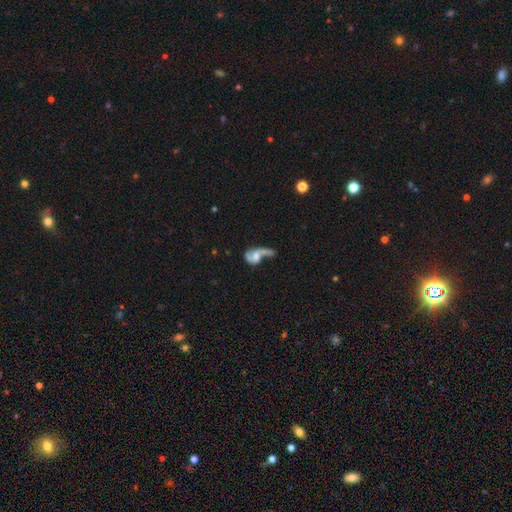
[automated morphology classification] This appears to be a featured or disk galaxy (70%) with no bar (59%), 2 (69%) loose (70%) spiral arms (82%) and a moderate central bulge (39%). Merging: major disturbance (31%, tied with merger).